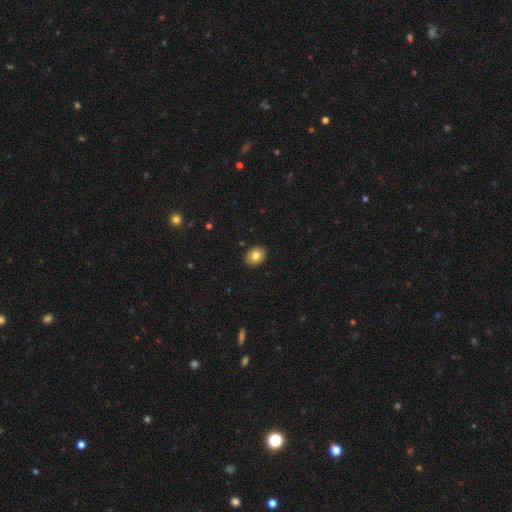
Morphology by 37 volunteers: Smooth or featured: smooth — 84% (featured or disk — 11%)
How rounded: in between — 65% (round — 35%)
Merging: none — 94% (minor disturbance — 3%)